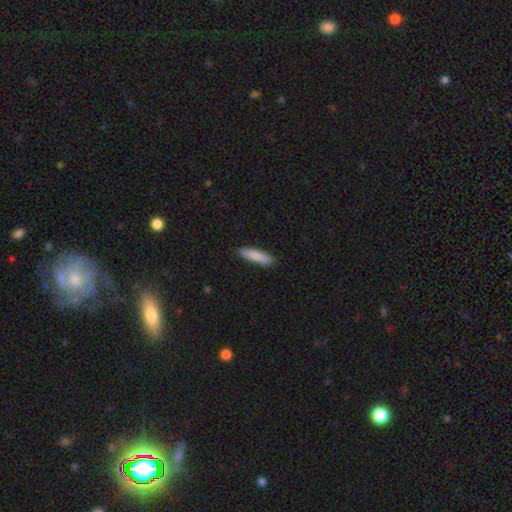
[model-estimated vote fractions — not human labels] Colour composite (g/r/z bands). It shows a smooth galaxy with no disk features (87%) that is cigar-shaped (70%). Merging: none (87%).